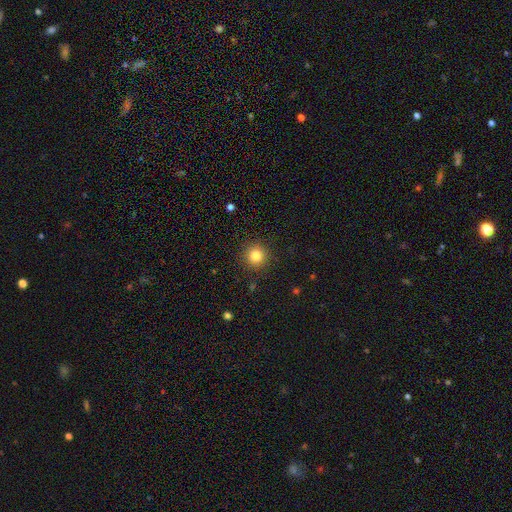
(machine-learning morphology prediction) Overall: smooth (83%). How rounded: round (94%). Merging: none (91%).